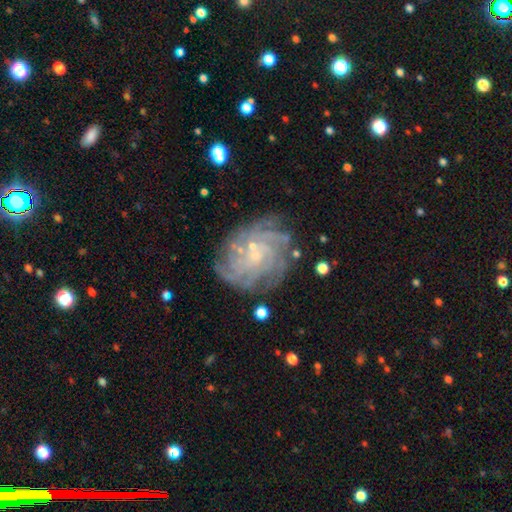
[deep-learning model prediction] Q: Smooth or featured?
A: featured or disk (83%); runner-up: star or artifact (9%)
Q: Edge-on disk?
A: no (97%); runner-up: yes (3%)
Q: Bar?
A: no (65%); runner-up: weak (28%)
Q: Spiral arms?
A: yes (96%); runner-up: no (4%)
Q: Spiral winding?
A: tight (71%); runner-up: medium (23%)
Q: Spiral arm count?
A: more than 4 (27%); runner-up: can't tell (26%)
Q: Bulge size?
A: small (79%); runner-up: moderate (12%)
Q: Merging?
A: none (78%); runner-up: minor disturbance (14%)